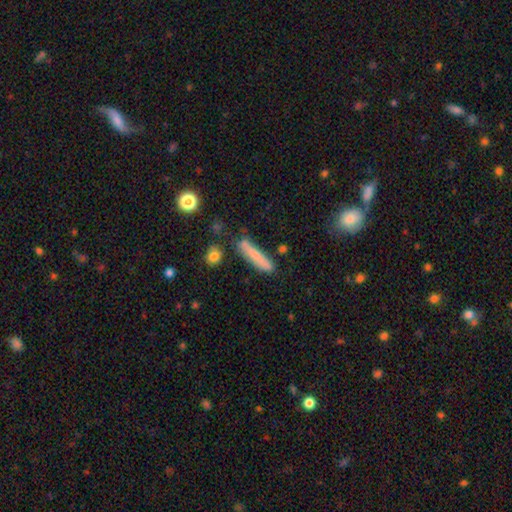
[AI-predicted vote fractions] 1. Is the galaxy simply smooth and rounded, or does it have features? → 73% smooth, 19% featured or disk, 8% star or artifact.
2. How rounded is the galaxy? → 88% cigar-shaped, 10% in between, 2% round.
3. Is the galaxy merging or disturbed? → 73% none, 17% minor disturbance, 6% merger, 4% major disturbance.